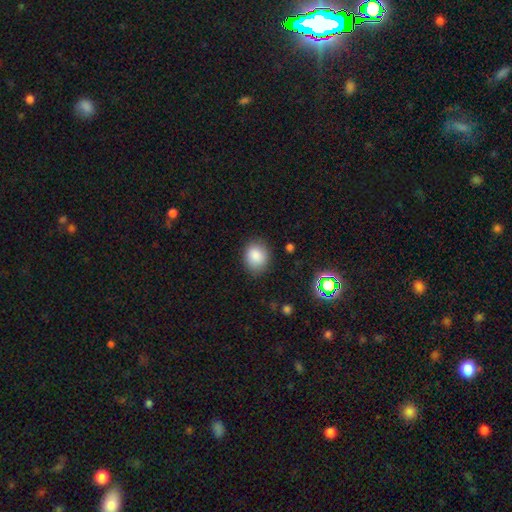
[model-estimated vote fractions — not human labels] smooth-or-featured: smooth: 86% | star or artifact: 9% | featured or disk: 5%
  how-rounded: round: 58% | in between: 41% | cigar-shaped: 1%
  merging: none: 82% | minor disturbance: 13% | major disturbance: 3% | merger: 1%